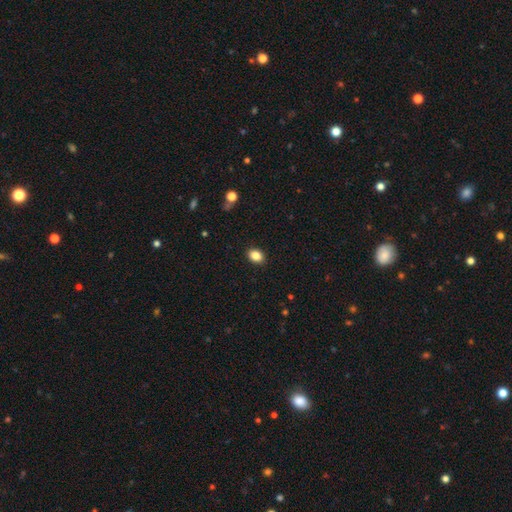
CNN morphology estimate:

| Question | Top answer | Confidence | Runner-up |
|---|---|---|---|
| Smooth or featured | smooth | 86% | star or artifact (9%) |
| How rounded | in between | 70% | round (29%) |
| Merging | none | 90% | minor disturbance (7%) |